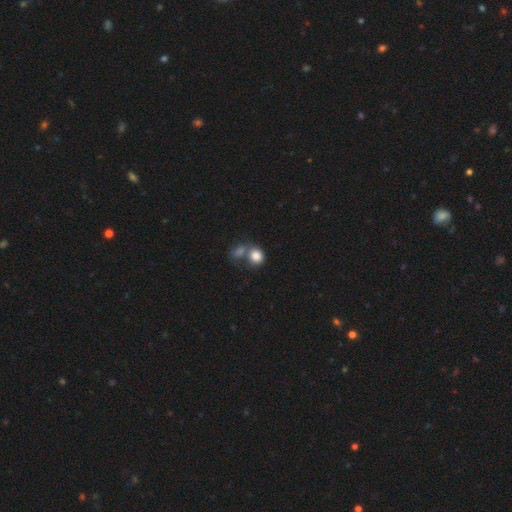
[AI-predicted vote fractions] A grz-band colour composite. It shows a smooth galaxy with no disk features (83%) that is round (66%). Merging: merger (47%).